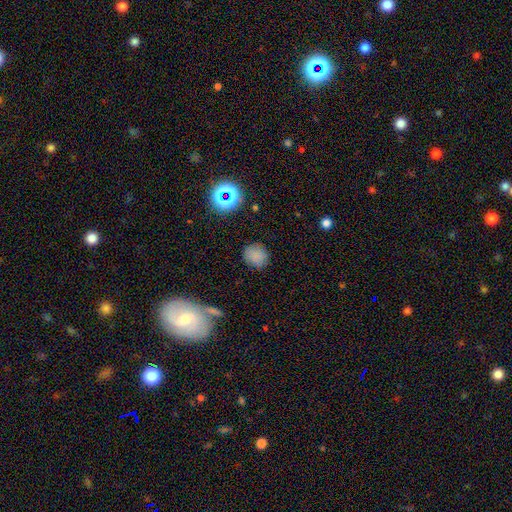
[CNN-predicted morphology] smooth-or-featured: smooth: 78% | star or artifact: 15% | featured or disk: 7%
  how-rounded: round: 82% | in between: 17% | cigar-shaped: 1%
  merging: none: 83% | minor disturbance: 11% | major disturbance: 3% | merger: 2%